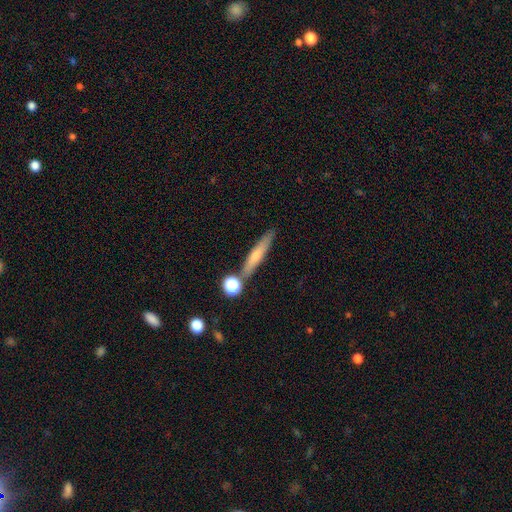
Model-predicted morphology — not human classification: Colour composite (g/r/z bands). It shows a smooth galaxy with no disk features (59%) that is cigar-shaped (88%). Merging: none (76%).